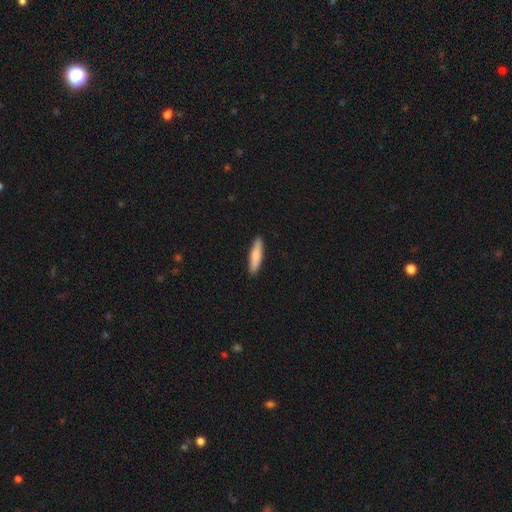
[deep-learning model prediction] This is clearly a smooth galaxy (82%). How rounded: likely cigar-shaped (80%). Merging: clearly none (92%).